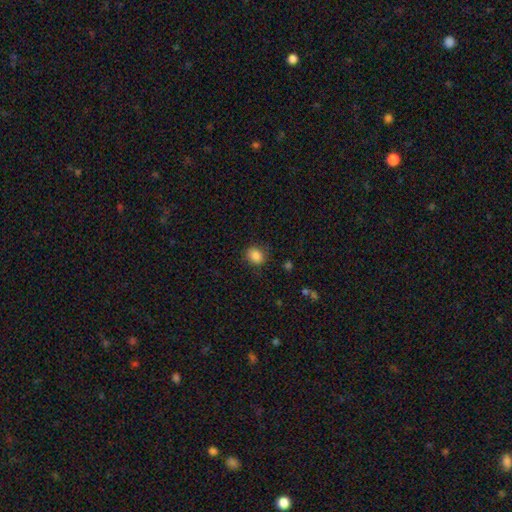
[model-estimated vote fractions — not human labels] Smooth or featured?
  - smooth: 86% *
  - star or artifact: 10%
  - featured or disk: 4%
How rounded?
  - round: 57% *
  - in between: 42%
  - cigar-shaped: 1%
Merging?
  - none: 83% *
  - minor disturbance: 12%
  - major disturbance: 3%
  - merger: 1%